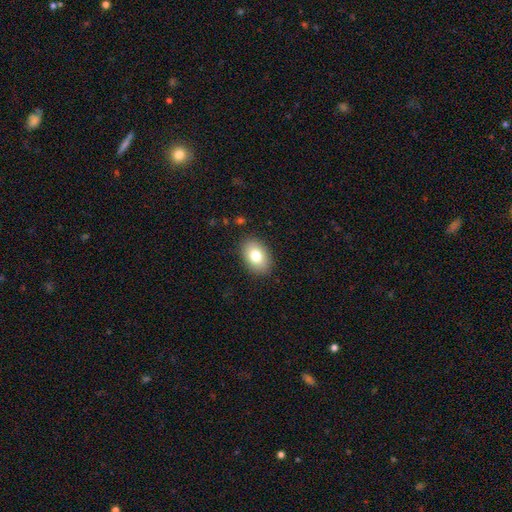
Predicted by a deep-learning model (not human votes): Morphology: type=smooth (79%); roundness=in between (84%); merging=none (88%).